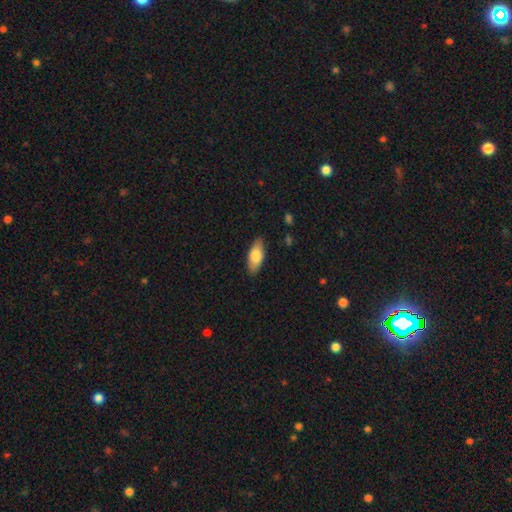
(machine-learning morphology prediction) A smooth galaxy with no disk features (79%) that is in between round and cigar-shaped (83%).

Vote fractions:
- Smooth or featured? smooth: 79% / featured or disk: 15% / star or artifact: 6%
- How rounded? in between: 83% / cigar-shaped: 15% / round: 2%
- Merging? none: 85% / minor disturbance: 11% / major disturbance: 2% / merger: 1%